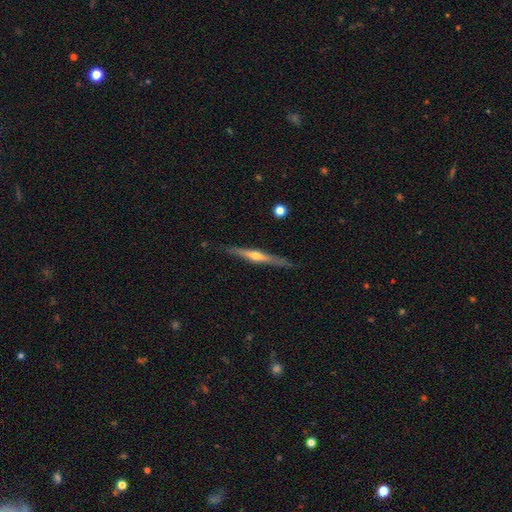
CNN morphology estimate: type=featured or disk (72%); edge-on=yes (97%); edge-on bulge=rounded (86%); merging=none (86%).